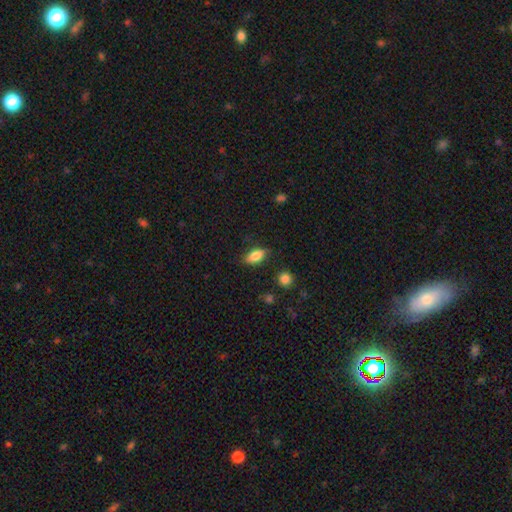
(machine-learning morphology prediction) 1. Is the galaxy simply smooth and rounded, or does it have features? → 82% smooth, 10% featured or disk, 8% star or artifact.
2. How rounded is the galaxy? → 85% in between, 10% cigar-shaped, 5% round.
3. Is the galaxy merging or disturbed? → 81% none, 14% minor disturbance, 3% major disturbance, 2% merger.